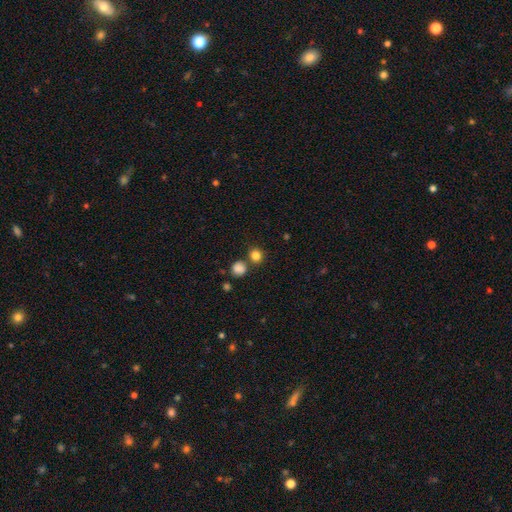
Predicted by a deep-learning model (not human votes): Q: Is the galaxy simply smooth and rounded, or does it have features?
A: smooth — 83%.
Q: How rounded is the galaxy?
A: round — 86%.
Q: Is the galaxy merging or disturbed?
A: none — 72%.